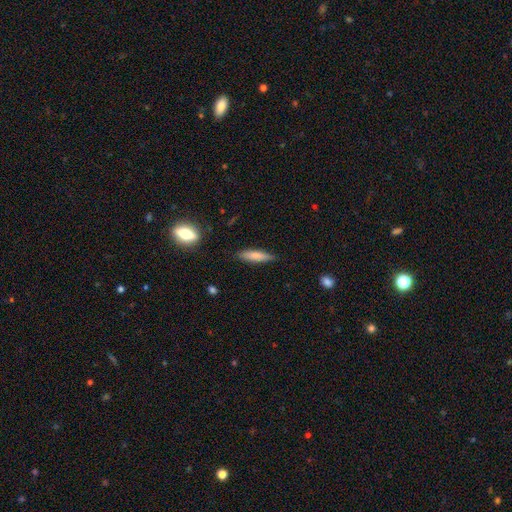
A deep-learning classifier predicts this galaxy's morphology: Smooth or featured? smooth (77%)
How rounded? cigar-shaped (74%)
Merging? none (82%)